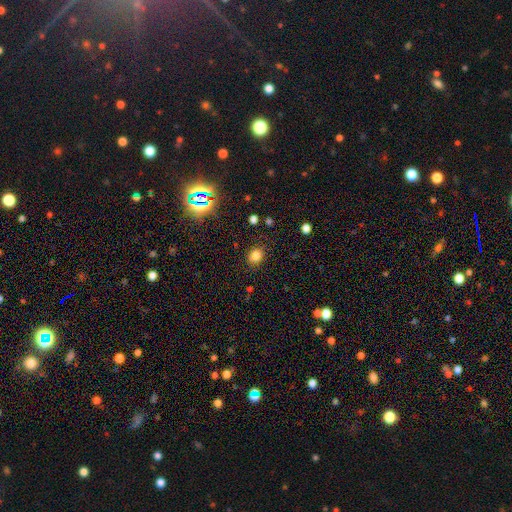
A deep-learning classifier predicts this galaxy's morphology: type=smooth (77%); roundness=round (60%); merging=none (85%).